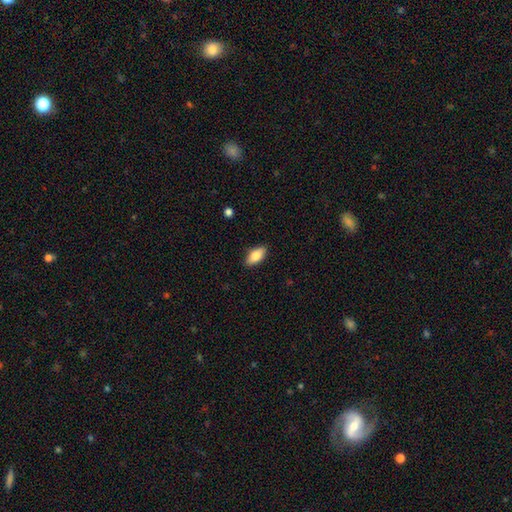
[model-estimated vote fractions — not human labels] Smooth or featured: smooth — 78% (featured or disk — 15%)
How rounded: in between — 88% (cigar-shaped — 9%)
Merging: none — 88% (minor disturbance — 9%)